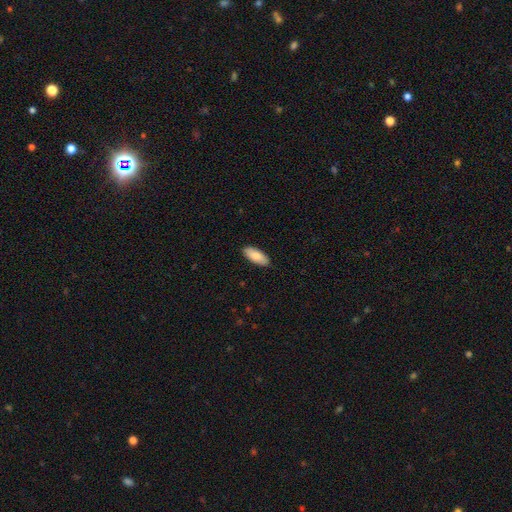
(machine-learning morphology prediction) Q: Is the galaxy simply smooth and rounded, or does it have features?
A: smooth — 85%.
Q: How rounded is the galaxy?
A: in between — 82%.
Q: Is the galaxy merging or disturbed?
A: none — 89%.